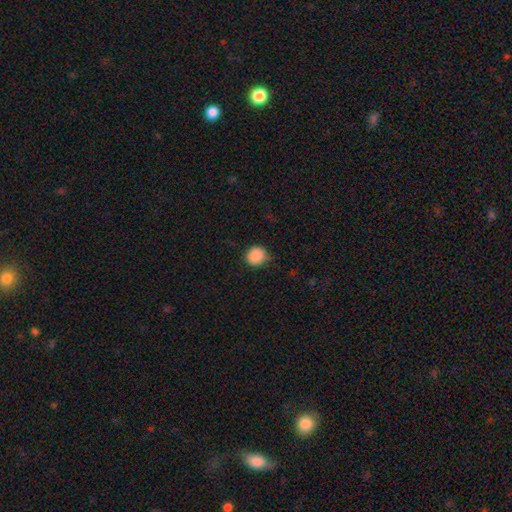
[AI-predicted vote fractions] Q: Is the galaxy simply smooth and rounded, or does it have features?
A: smooth — 88%.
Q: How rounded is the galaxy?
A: round — 91%.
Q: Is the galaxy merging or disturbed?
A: none — 79%.